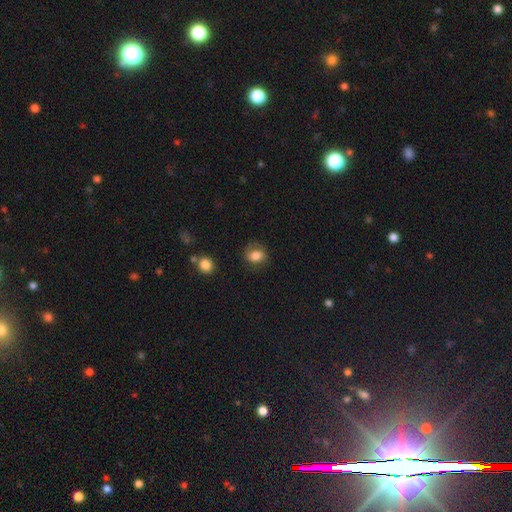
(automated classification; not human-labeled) Smooth or featured? Predicted: smooth (p=0.75). How rounded? Predicted: round (p=0.59). Merging? Predicted: none (p=0.69).